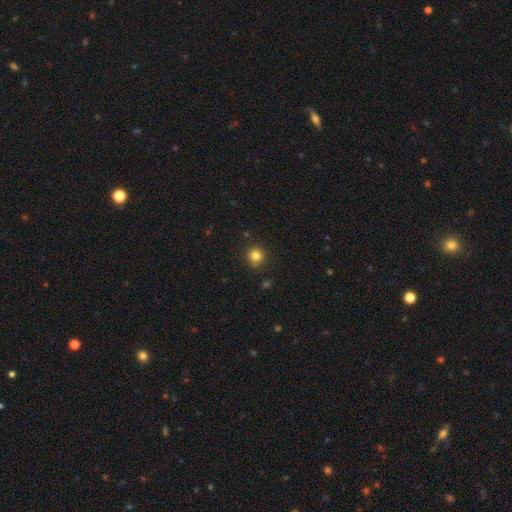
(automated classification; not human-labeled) This appears to be a smooth galaxy with no disk features (82%) that is round (93%). Merging: none (88%).